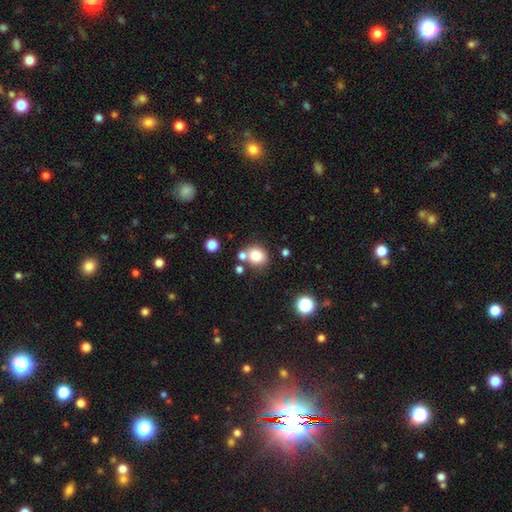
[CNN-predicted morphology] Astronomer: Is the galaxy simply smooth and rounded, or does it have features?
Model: smooth — 80%.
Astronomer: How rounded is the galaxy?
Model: round — 74%.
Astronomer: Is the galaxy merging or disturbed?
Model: none — 65%.